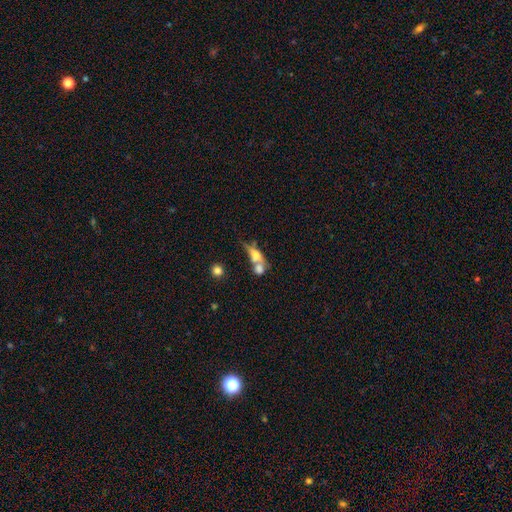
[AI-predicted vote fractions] Overall: smooth (53%; featured or disk 37%). How rounded: in between (54%; cigar-shaped 30%). Merging: merger (48%; none 29%).